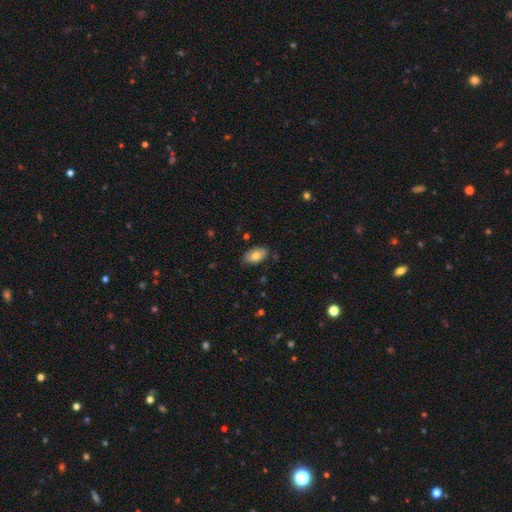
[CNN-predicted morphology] smooth 76%, featured or disk 17%, star or artifact 7%. Down the decision tree: how rounded — in between (93%); merging — none (83%).